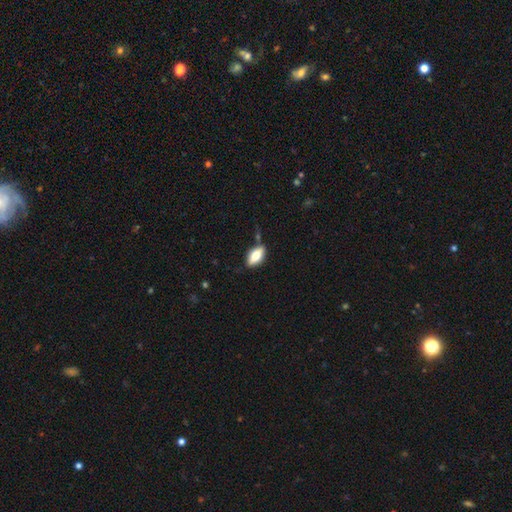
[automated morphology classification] The model was most divided on "smooth or featured": smooth: 63%, featured or disk: 30%, star or artifact: 7%. More confident: how rounded — in between (86%); merging — none (76%).